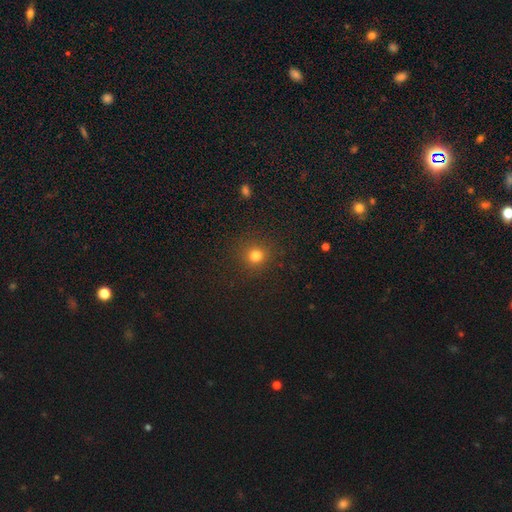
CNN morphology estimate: Smooth or featured?
  - smooth: 79% *
  - star or artifact: 16%
  - featured or disk: 5%
How rounded?
  - round: 92% *
  - in between: 7%
  - cigar-shaped: 1%
Merging?
  - none: 90% *
  - minor disturbance: 6%
  - major disturbance: 3%
  - merger: 1%